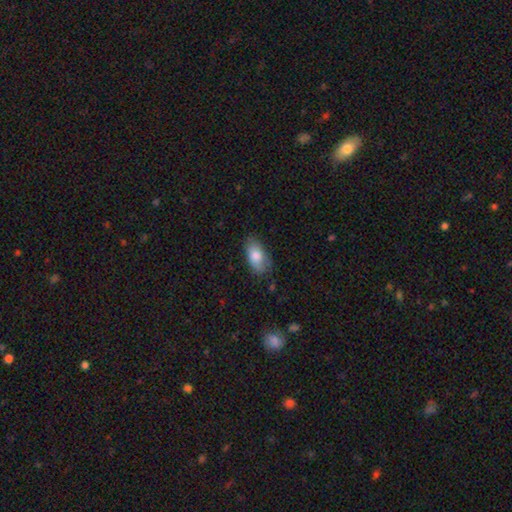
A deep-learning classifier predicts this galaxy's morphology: Overall: smooth (79%). How rounded: in between (92%). Merging: none (73%).